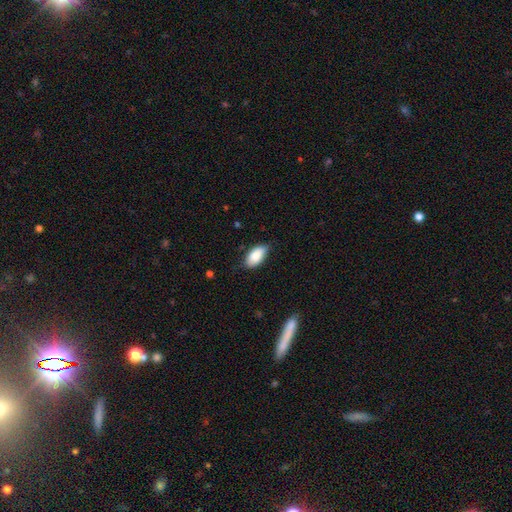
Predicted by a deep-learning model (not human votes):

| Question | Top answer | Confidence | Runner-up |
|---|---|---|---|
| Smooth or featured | smooth | 84% | featured or disk (10%) |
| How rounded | in between | 93% | cigar-shaped (4%) |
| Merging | none | 71% | minor disturbance (24%) |